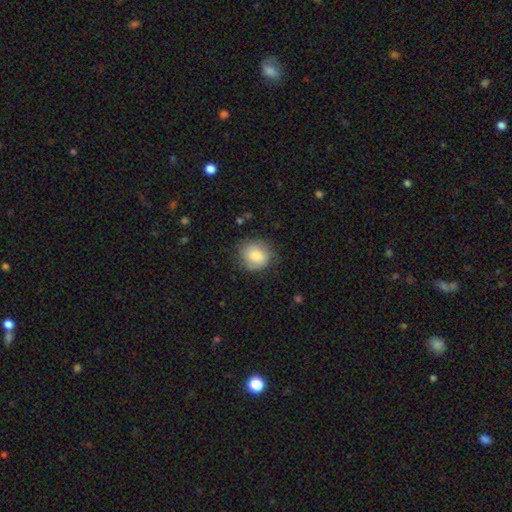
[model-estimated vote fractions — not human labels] Smooth or featured? smooth (80%)
How rounded? round (74%)
Merging? none (78%)